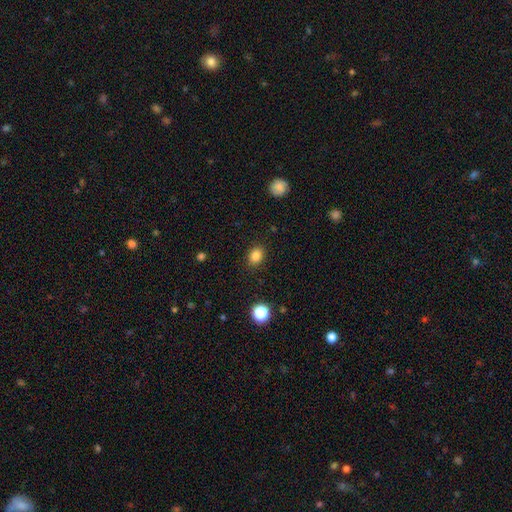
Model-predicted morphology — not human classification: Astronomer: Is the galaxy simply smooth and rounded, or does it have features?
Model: smooth — 84%.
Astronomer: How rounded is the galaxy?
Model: in between — 60% (runner-up: round, 39%).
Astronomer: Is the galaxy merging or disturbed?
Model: none — 88%.